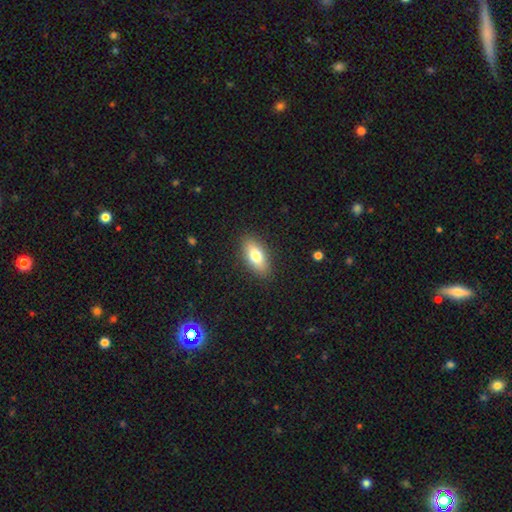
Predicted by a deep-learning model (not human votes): This appears to be a smooth galaxy with no disk features (75%) that is in between round and cigar-shaped (84%). Merging: none (88%).